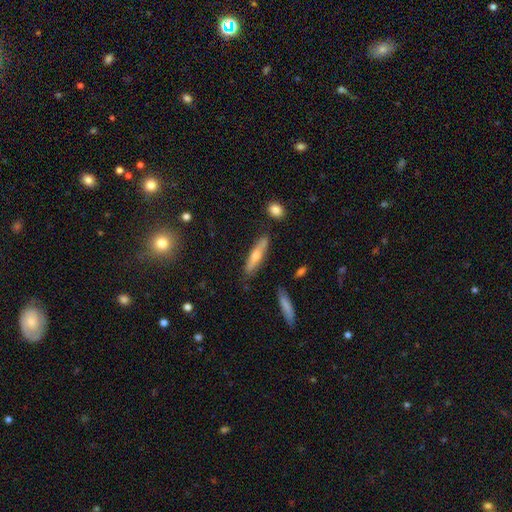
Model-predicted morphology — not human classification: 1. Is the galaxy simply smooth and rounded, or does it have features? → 49% featured or disk, 42% smooth, 9% star or artifact.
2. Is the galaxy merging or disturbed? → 84% none, 11% minor disturbance, 3% merger, 2% major disturbance.